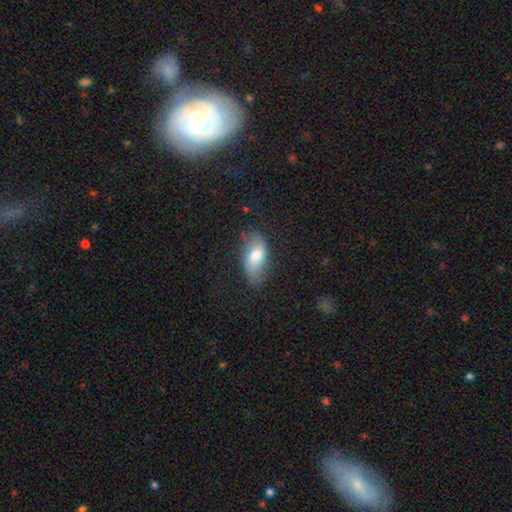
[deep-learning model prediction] Smooth or featured? smooth (69%)
How rounded? in between (88%)
Merging? none (67%)